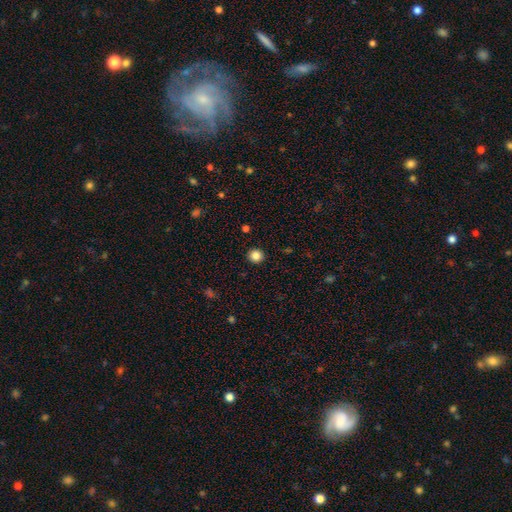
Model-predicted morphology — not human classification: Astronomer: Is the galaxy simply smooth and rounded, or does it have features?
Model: smooth — 85%.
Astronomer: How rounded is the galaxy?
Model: round — 92%.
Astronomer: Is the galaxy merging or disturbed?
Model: none — 93%.